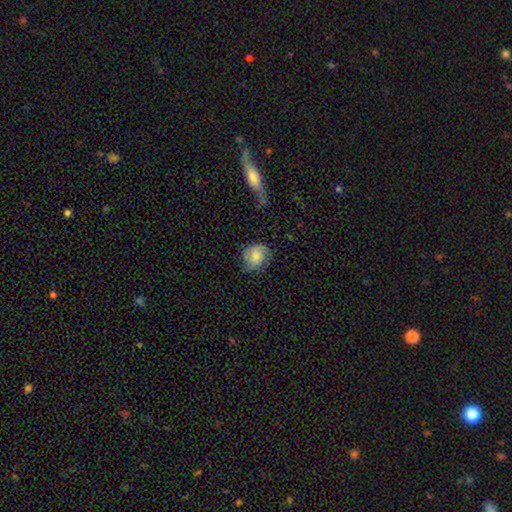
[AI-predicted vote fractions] Overall: smooth (73%). How rounded: round (69%; in between 30%). Merging: none (65%).